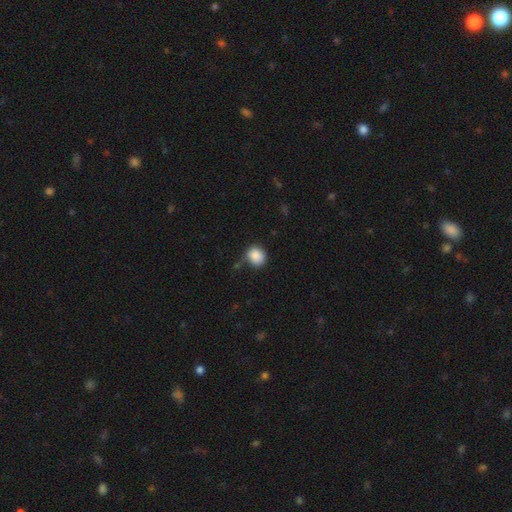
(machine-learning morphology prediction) This appears to be a smooth galaxy with no disk features (88%) that is round (75%). Merging: none (72%).